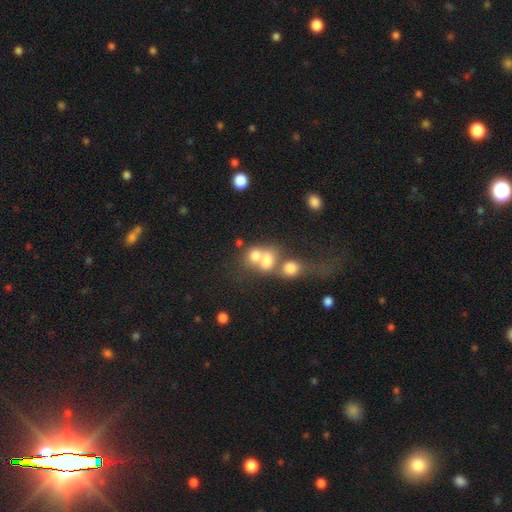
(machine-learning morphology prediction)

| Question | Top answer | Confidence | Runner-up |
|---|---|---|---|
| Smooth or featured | smooth | 68% | featured or disk (19%) |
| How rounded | round | 51% | in between (47%) |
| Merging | merger | 64% | none (22%) |